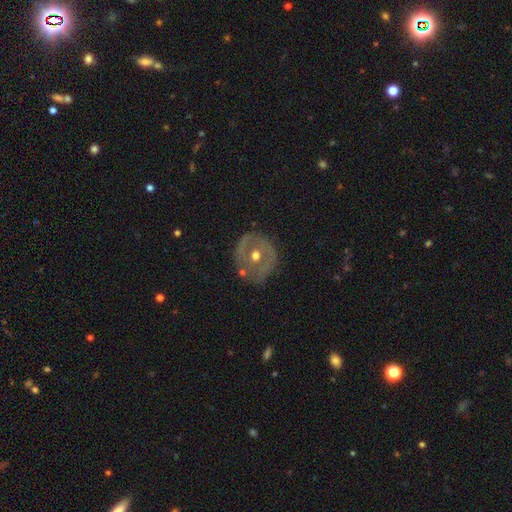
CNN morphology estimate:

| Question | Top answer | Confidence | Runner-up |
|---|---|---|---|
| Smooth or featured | featured or disk | 61% | smooth (32%) |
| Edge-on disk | no | 95% | yes (5%) |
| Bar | no | 79% | weak (15%) |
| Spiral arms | no | 74% | yes (26%) |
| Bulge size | moderate | 81% | small (12%) |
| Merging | none | 70% | minor disturbance (18%) |